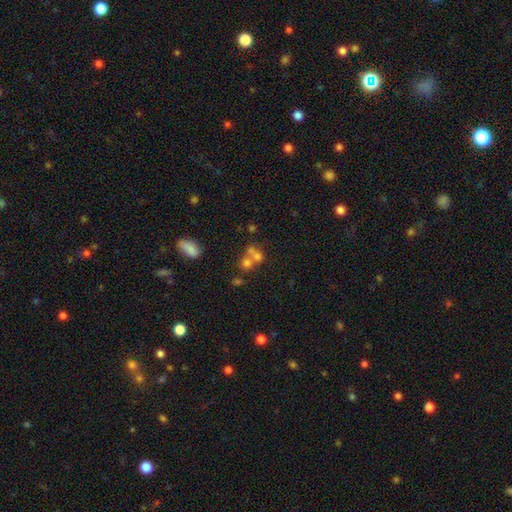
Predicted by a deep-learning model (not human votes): Q: Smooth or featured?
A: smooth (60%); runner-up: featured or disk (22%)
Q: How rounded?
A: round (70%); runner-up: in between (28%)
Q: Merging?
A: merger (58%); runner-up: none (31%)